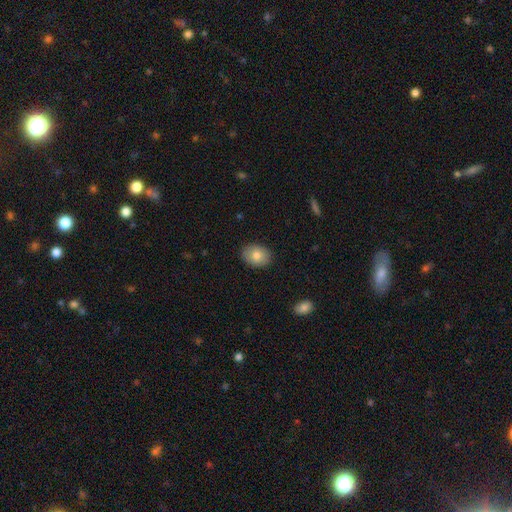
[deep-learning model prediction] Q: Smooth or featured?
A: smooth (82%); runner-up: featured or disk (10%)
Q: How rounded?
A: in between (66%); runner-up: round (33%)
Q: Merging?
A: none (89%); runner-up: minor disturbance (9%)